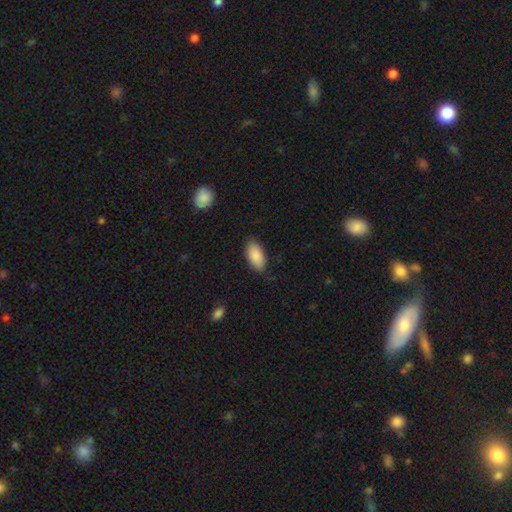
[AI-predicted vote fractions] The model was most divided on "merging": none: 83%, minor disturbance: 13%, major disturbance: 3%, merger: 1%. More confident: how rounded — in between (93%); smooth or featured — smooth (88%).